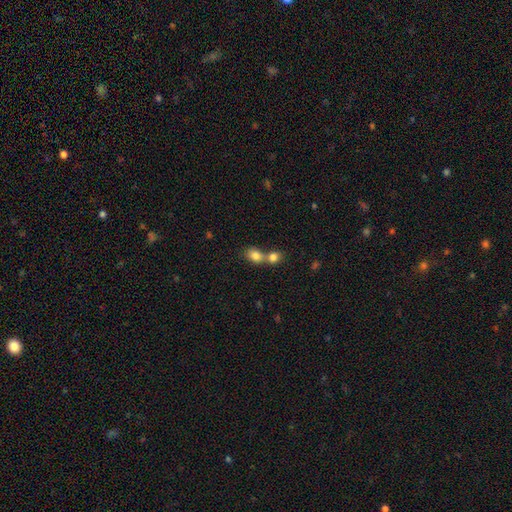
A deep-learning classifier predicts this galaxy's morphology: Smooth or featured? Predicted: smooth (p=0.81). How rounded? Predicted: in between (p=0.56). Merging? Predicted: merger (p=0.61).